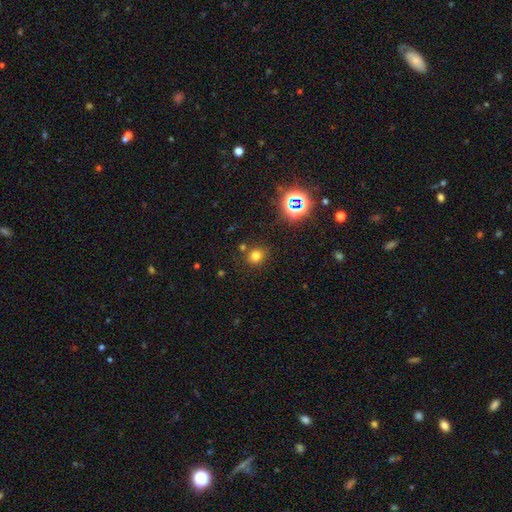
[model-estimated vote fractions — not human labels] This appears to be a smooth galaxy with no disk features (73%) that is round (77%). Merging: none (79%).